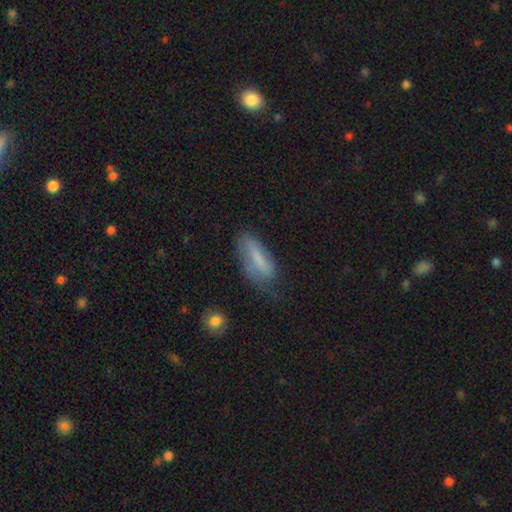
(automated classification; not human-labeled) Overall: smooth (64%; featured or disk 26%). How rounded: in between (54%; cigar-shaped 44%). Merging: none (57%; minor disturbance 29%).